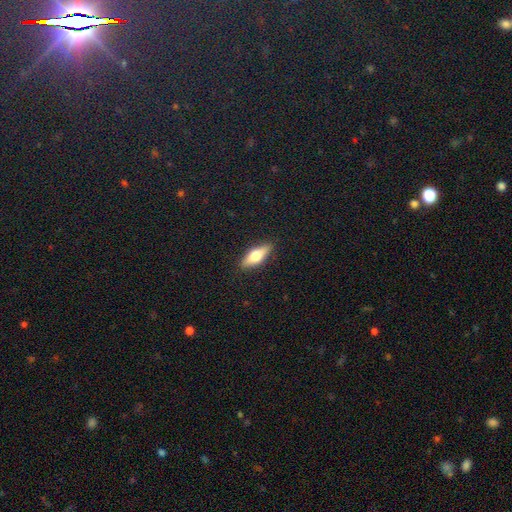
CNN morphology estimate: This is possibly a smooth galaxy (58%). How rounded: possibly in between (59%). Merging: clearly none (88%).